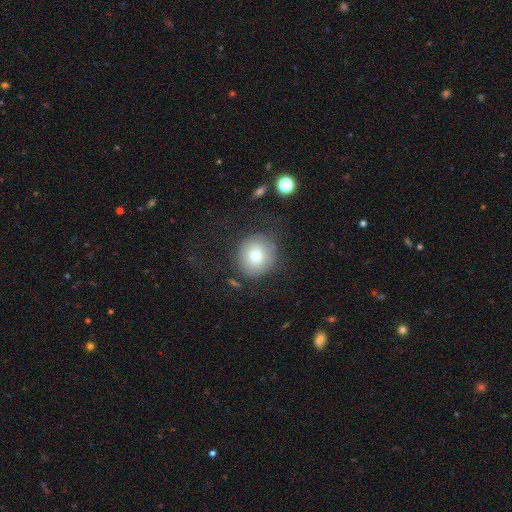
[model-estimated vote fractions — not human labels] Overall: smooth (71%). How rounded: round (91%). Merging: none (81%).